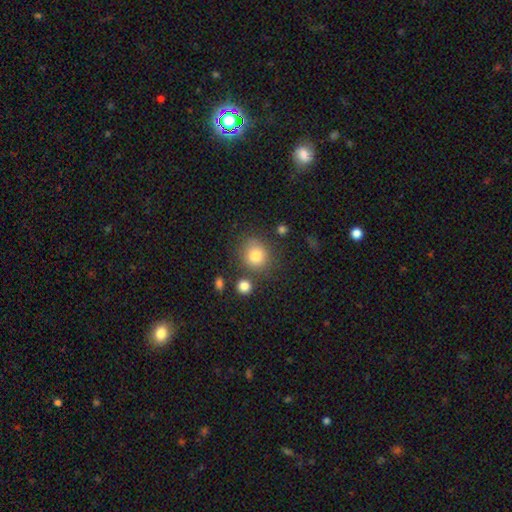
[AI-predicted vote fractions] The model was most divided on "merging": none: 76%, minor disturbance: 13%, merger: 7%, major disturbance: 4%. More confident: how rounded — round (82%); smooth or featured — smooth (81%).